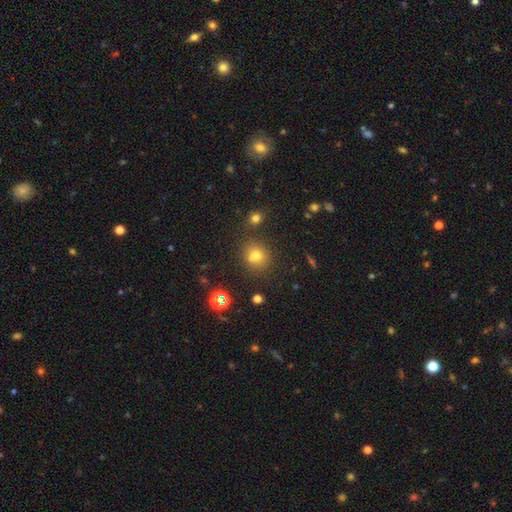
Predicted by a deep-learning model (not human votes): Smooth or featured? Predicted: smooth (p=0.67). How rounded? Predicted: round (p=0.80). Merging? Predicted: none (p=0.67).